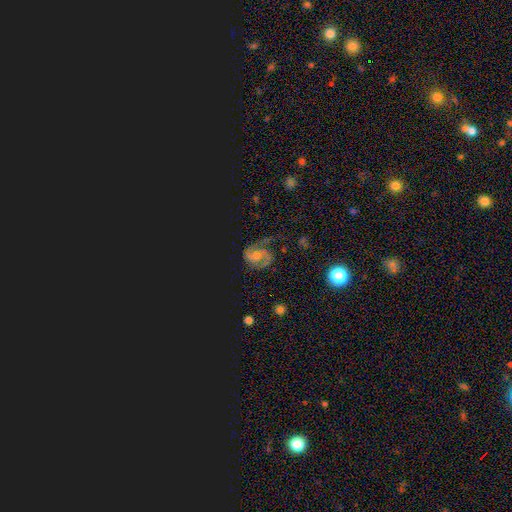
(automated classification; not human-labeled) Smooth or featured? Predicted: featured or disk (p=0.49). Merging? Predicted: none (p=0.73).